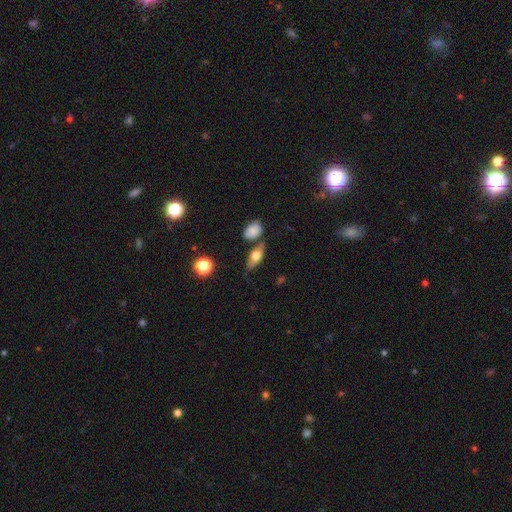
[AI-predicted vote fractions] Smooth or featured? Predicted: smooth (p=0.57). How rounded? Predicted: in between (p=0.72). Merging? Predicted: none (p=0.70).